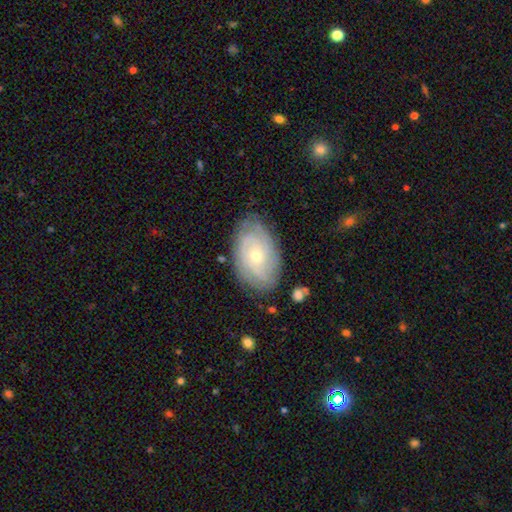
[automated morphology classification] type=featured or disk (75%); edge-on=no (95%); bar=no (81%); spiral arms=yes (90%); winding=tight (75%); arm count=can't tell (45%); bulge=small (66%); merging=none (80%).